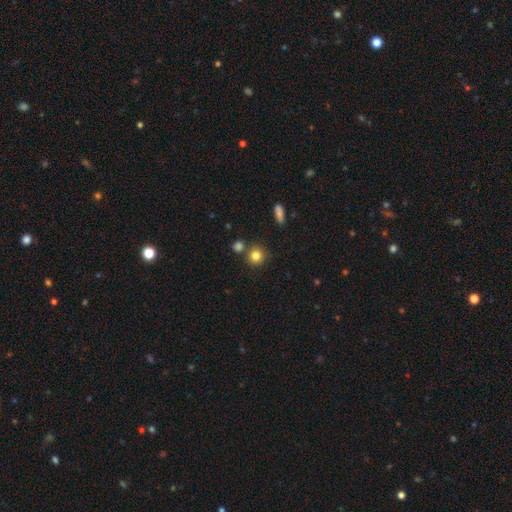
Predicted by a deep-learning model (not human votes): Smooth or featured? smooth (82%)
How rounded? round (90%)
Merging? none (76%)